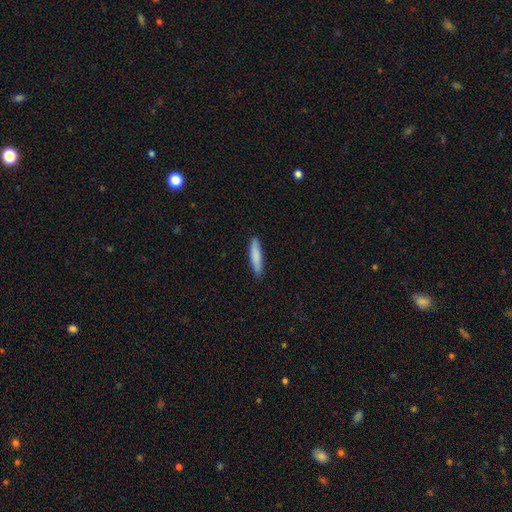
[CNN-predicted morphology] smooth-or-featured: smooth: 84% | featured or disk: 11% | star or artifact: 5%
  how-rounded: cigar-shaped: 86% | in between: 12% | round: 1%
  merging: none: 88% | minor disturbance: 10% | major disturbance: 2% | merger: 1%